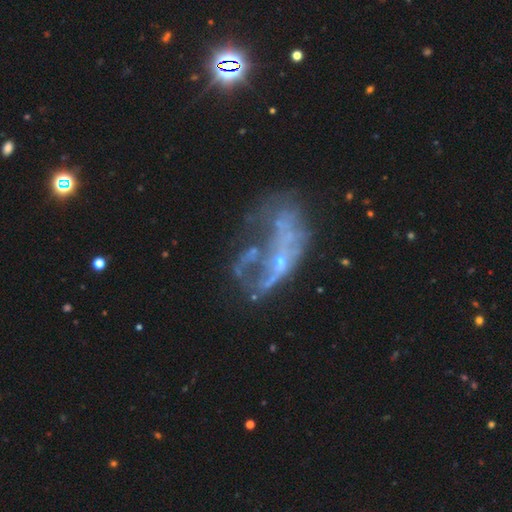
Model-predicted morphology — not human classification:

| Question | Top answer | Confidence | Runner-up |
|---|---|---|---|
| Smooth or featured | featured or disk | 63% | star or artifact (21%) |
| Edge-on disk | no | 94% | yes (6%) |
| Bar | no | 86% | weak (10%) |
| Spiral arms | no | 84% | yes (16%) |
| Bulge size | none | 48% | small (40%) |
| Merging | major disturbance | 43% | none (25%) |